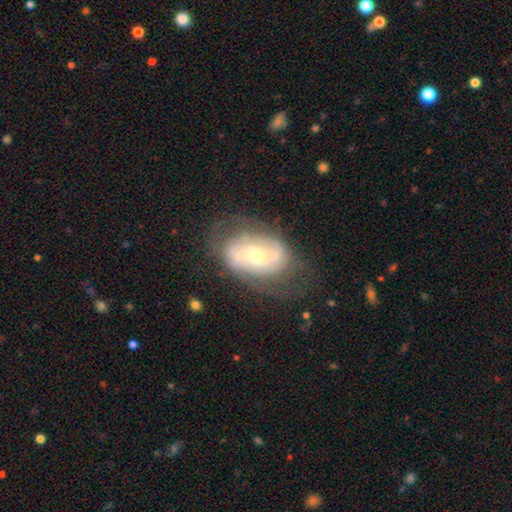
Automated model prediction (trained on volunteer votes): A featured or disk galaxy (69%) with no bar (42%), spiral arms (66%) and a moderate central bulge (61%).

Vote fractions:
- Smooth or featured? featured or disk: 69% / smooth: 23% / star or artifact: 7%
- Edge-on disk? no: 95% / yes: 5%
- Bar? no: 42% / weak: 40% / strong: 18%
- Spiral arms? yes: 66% / no: 34%
- Bulge size? moderate: 61% / small: 27% / large: 9% / none: 2% / dominant: 1%
- Merging? none: 56% / minor disturbance: 23% / major disturbance: 18% / merger: 3%